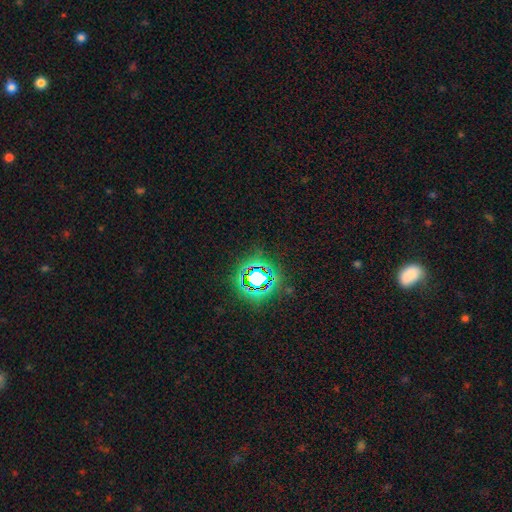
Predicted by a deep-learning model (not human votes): This appears to be a star or artifact, not a galaxy (77%).